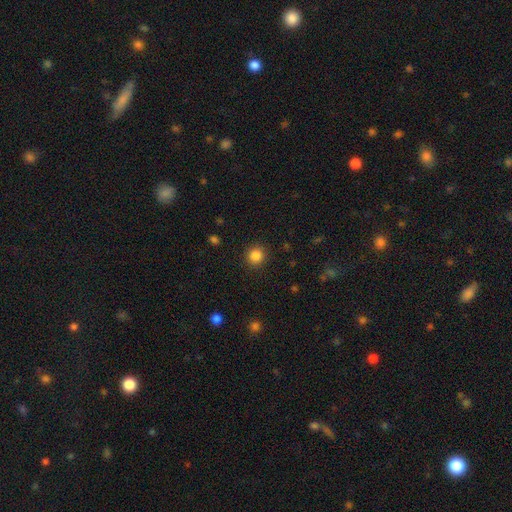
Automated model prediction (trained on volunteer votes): A smooth galaxy with no disk features (85%) that is round (93%).

Vote fractions:
- Smooth or featured? smooth: 85% / star or artifact: 11% / featured or disk: 3%
- How rounded? round: 93% / in between: 6% / cigar-shaped: 1%
- Merging? none: 91% / minor disturbance: 6% / major disturbance: 2% / merger: 1%